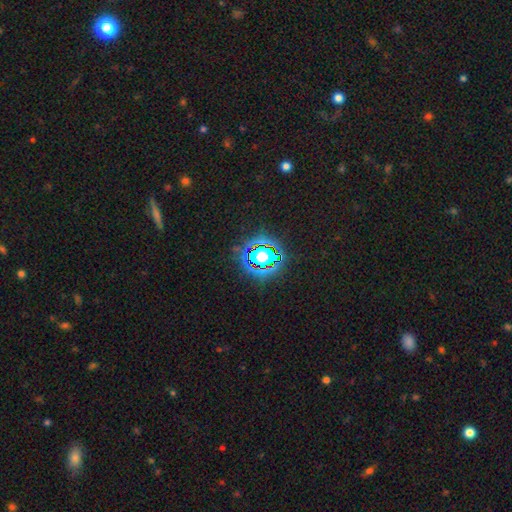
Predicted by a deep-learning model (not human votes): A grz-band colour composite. It shows a star or artifact, not a galaxy (72%).